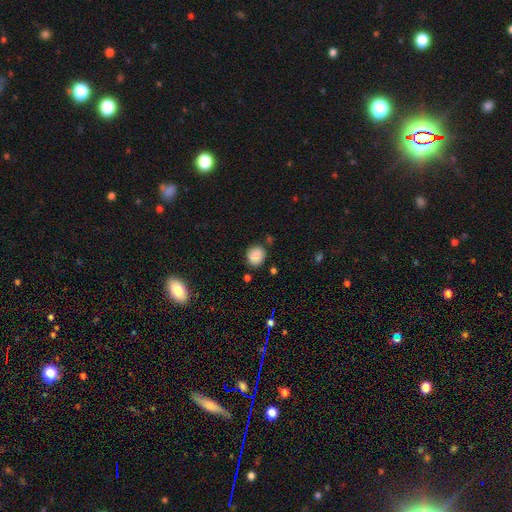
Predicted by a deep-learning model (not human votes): Smooth or featured? Predicted: smooth (p=0.87). How rounded? Predicted: round (p=0.80). Merging? Predicted: none (p=0.81).